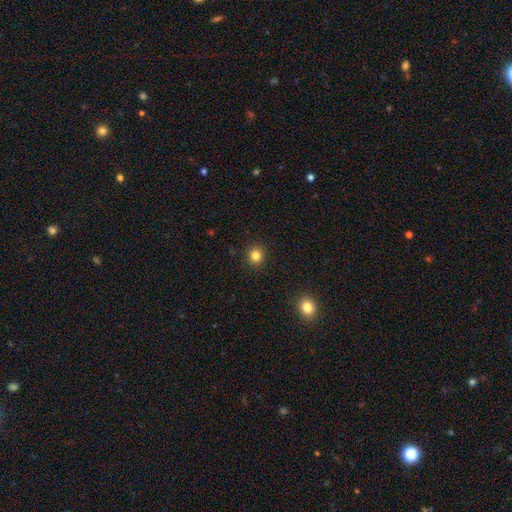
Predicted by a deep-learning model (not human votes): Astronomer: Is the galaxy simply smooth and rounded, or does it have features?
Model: smooth — 82%.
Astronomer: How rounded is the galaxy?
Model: round — 91%.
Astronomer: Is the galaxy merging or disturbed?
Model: none — 92%.